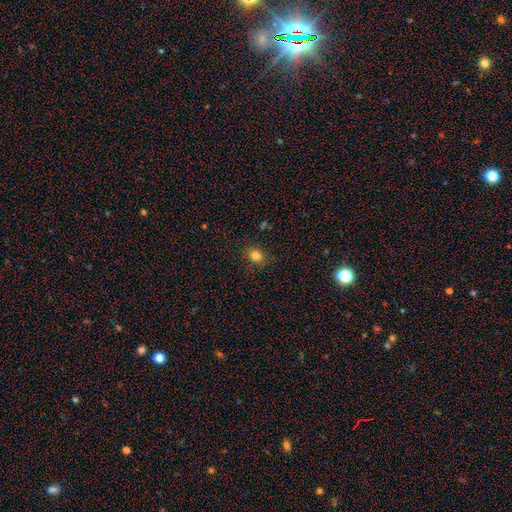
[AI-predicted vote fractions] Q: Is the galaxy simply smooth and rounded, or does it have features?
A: smooth — 82%.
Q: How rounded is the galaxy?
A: round — 52%.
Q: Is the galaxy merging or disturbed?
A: none — 84%.